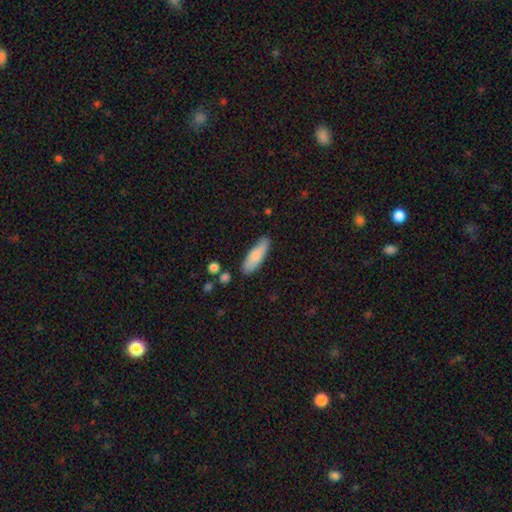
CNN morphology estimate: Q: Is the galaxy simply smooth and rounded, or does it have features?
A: smooth — 82%.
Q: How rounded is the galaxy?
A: cigar-shaped — 51%.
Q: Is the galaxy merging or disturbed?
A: none — 80%.